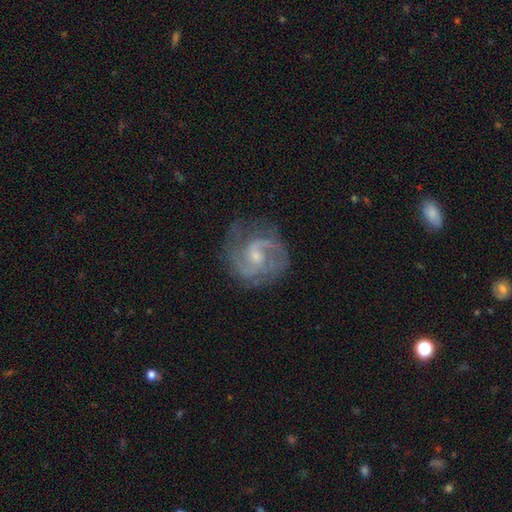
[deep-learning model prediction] Morphology: type=featured or disk (89%); edge-on=no (98%); bar=no (46%, tied with weak); spiral arms=yes (97%); winding=medium (56%); arm count=2 (81%); bulge=small (64%); merging=none (72%).